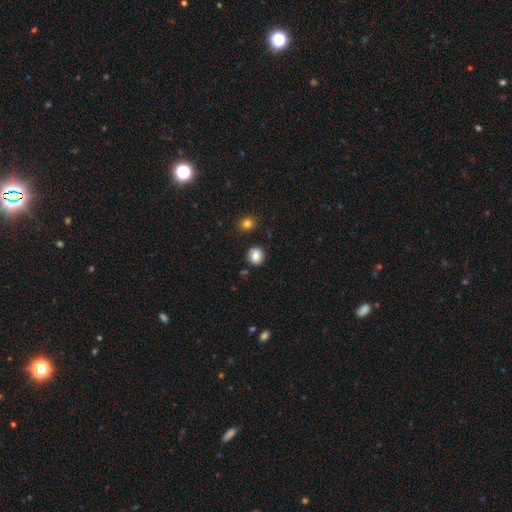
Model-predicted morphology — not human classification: Smooth or featured?
  - smooth: 82% *
  - star or artifact: 9%
  - featured or disk: 8%
How rounded?
  - round: 87% *
  - in between: 12%
  - cigar-shaped: 1%
Merging?
  - none: 87% *
  - minor disturbance: 8%
  - merger: 3%
  - major disturbance: 2%